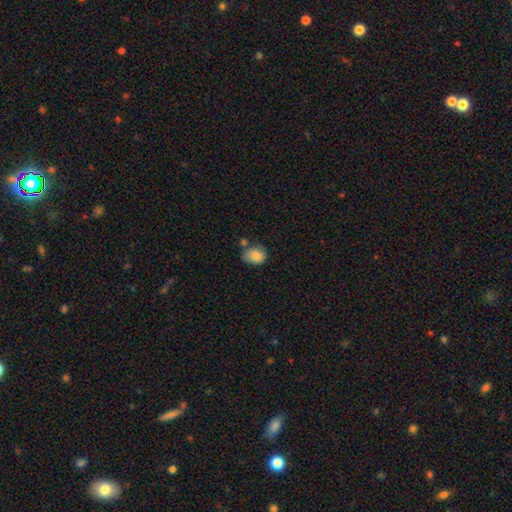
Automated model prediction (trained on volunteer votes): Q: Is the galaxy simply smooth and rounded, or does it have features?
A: smooth — 84%.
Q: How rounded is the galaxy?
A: in between — 52%.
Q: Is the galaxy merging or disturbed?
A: none — 51%.